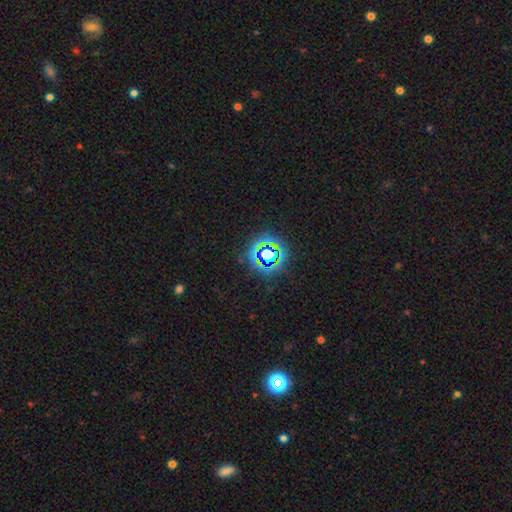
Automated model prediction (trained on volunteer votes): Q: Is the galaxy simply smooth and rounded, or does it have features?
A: star or artifact — 76%.